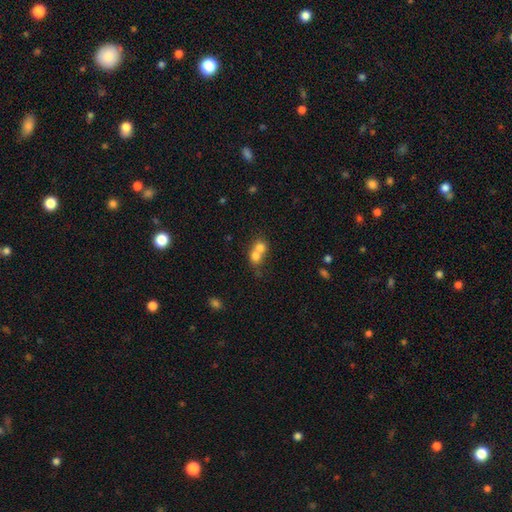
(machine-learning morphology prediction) This appears to be a smooth galaxy with no disk features (71%) that is round (71%). Merging: merger (72%).